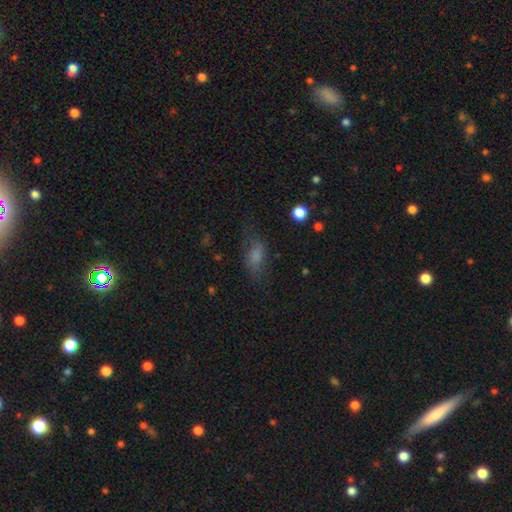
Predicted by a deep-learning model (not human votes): Smooth or featured? smooth (65%)
How rounded? in between (82%)
Merging? none (54%)